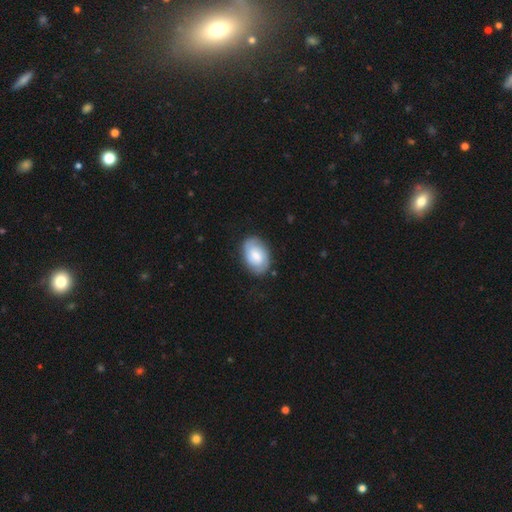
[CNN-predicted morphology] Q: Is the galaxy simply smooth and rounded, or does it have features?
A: smooth — 48%.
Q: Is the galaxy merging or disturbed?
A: none — 82%.